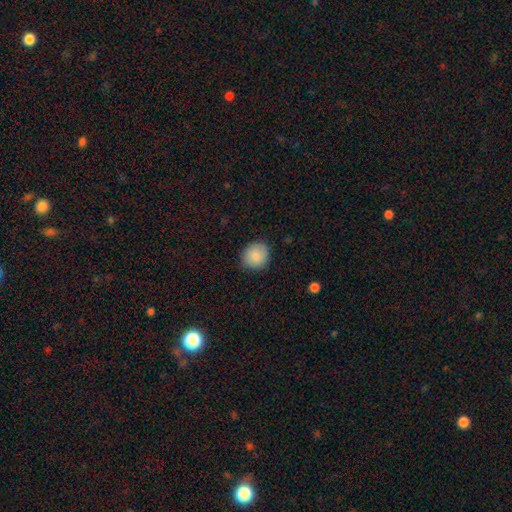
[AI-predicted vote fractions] Smooth or featured?
  - smooth: 87% *
  - star or artifact: 8%
  - featured or disk: 5%
How rounded?
  - round: 85% *
  - in between: 14%
  - cigar-shaped: 1%
Merging?
  - none: 87% *
  - minor disturbance: 10%
  - major disturbance: 2%
  - merger: 1%